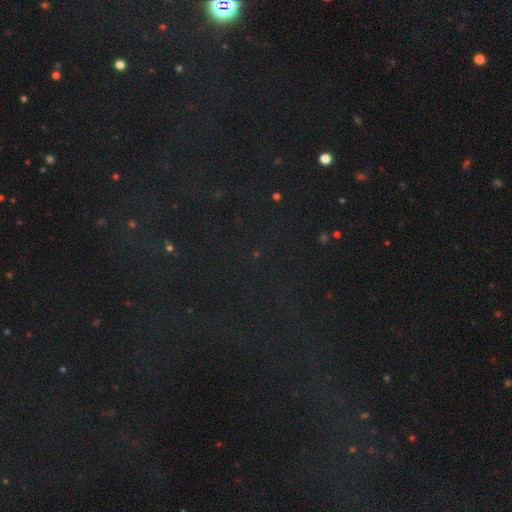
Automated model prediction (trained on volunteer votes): smooth-or-featured: star or artifact: 80% | smooth: 12% | featured or disk: 8%